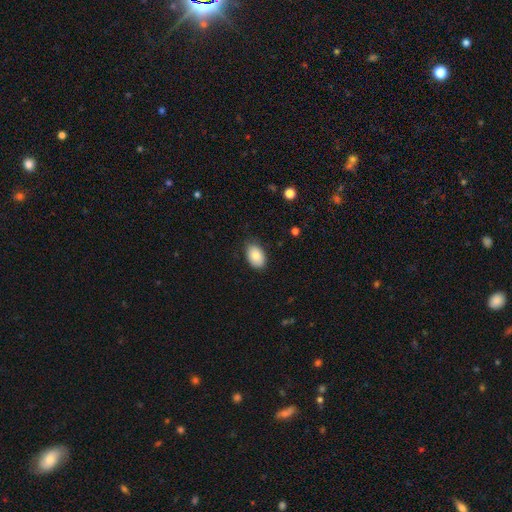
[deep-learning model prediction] Smooth or featured? Predicted: smooth (p=0.81). How rounded? Predicted: in between (p=0.88). Merging? Predicted: none (p=0.78).